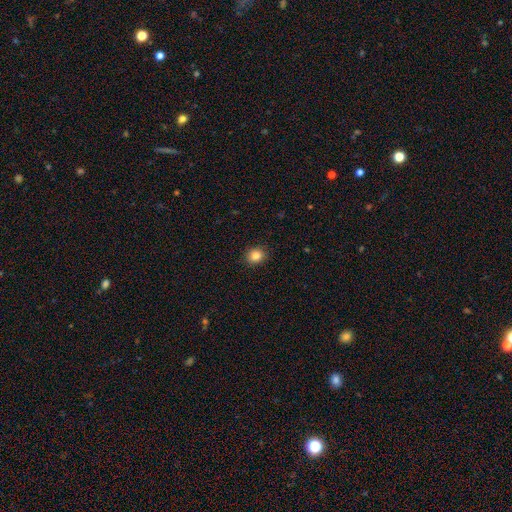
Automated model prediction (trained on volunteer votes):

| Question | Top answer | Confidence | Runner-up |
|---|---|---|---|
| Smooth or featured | smooth | 84% | star or artifact (10%) |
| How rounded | round | 68% | in between (31%) |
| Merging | none | 90% | minor disturbance (7%) |